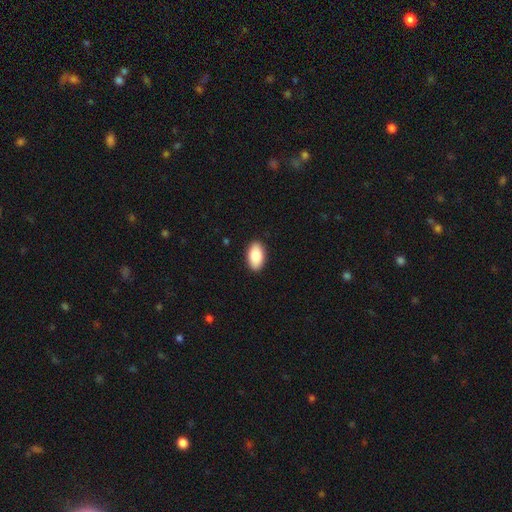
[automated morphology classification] type=smooth (85%); roundness=in between (94%); merging=none (91%).